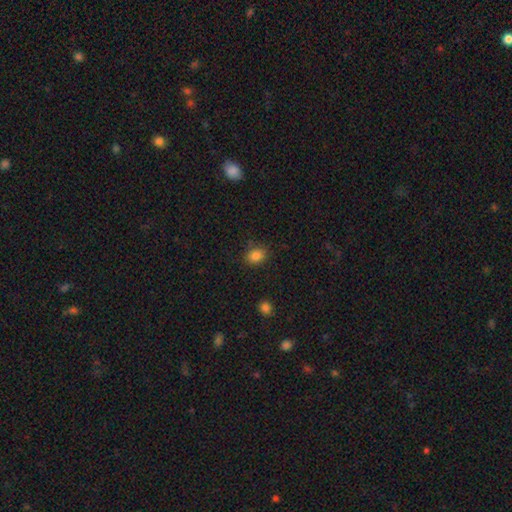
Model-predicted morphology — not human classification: The model was most divided on "how rounded": in between: 57%, round: 42%, cigar-shaped: 1%. More confident: smooth or featured — smooth (84%); merging — none (83%).